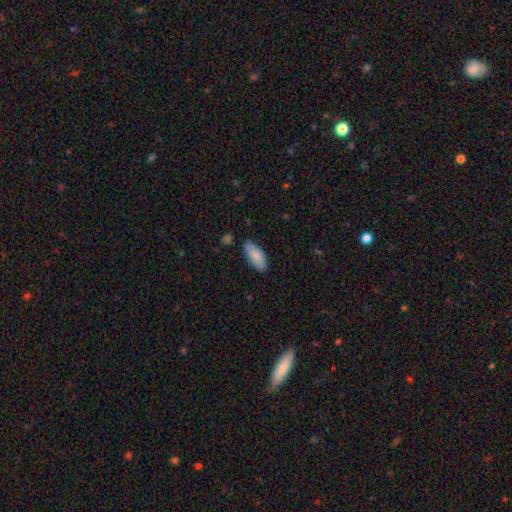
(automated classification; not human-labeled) smooth 84%, featured or disk 10%, star or artifact 6%. Down the decision tree: how rounded — in between (86%); merging — none (81%).